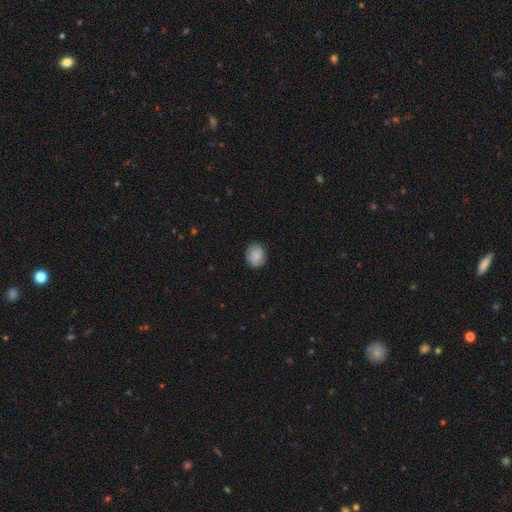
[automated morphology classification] A smooth galaxy with no disk features (73%) that is round (67%). Merging: none (84%).